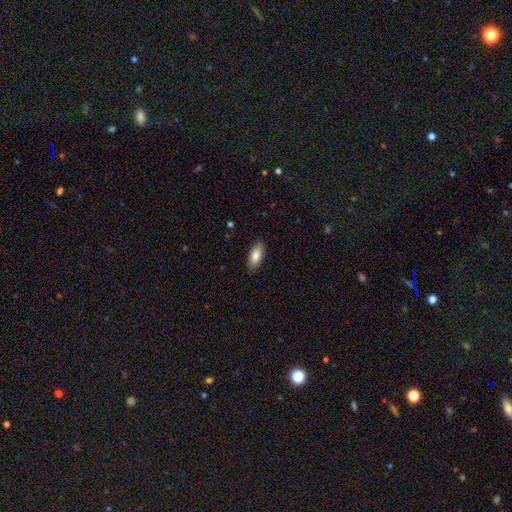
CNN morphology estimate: Smooth or featured?
  - smooth: 83% *
  - featured or disk: 10%
  - star or artifact: 6%
How rounded?
  - in between: 83% *
  - cigar-shaped: 15%
  - round: 2%
Merging?
  - none: 87% *
  - minor disturbance: 10%
  - major disturbance: 2%
  - merger: 1%